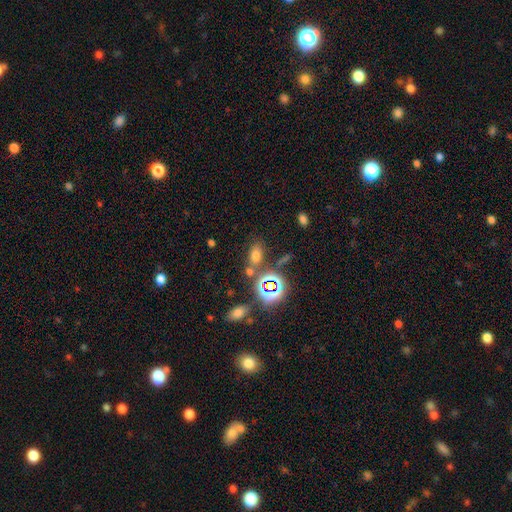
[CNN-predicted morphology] Smooth or featured? smooth (62%)
How rounded? in between (81%)
Merging? none (69%)